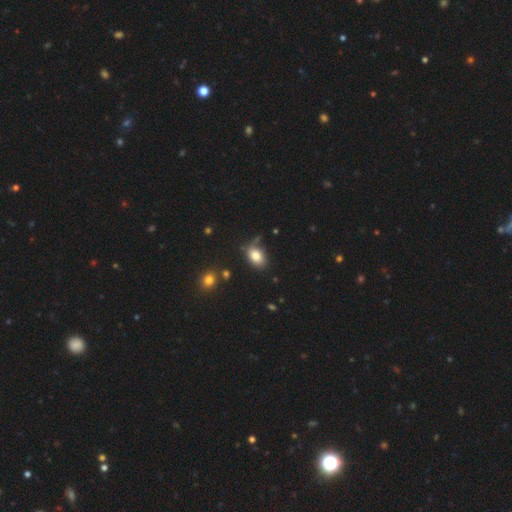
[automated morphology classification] Smooth or featured? smooth (81%)
How rounded? in between (82%)
Merging? none (63%)